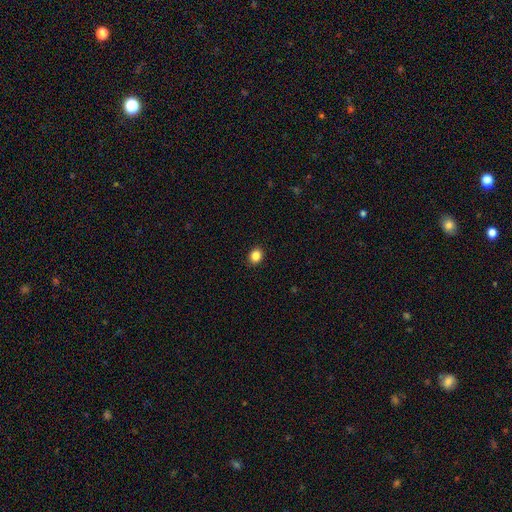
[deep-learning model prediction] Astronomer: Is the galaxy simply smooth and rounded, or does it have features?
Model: smooth — 85%.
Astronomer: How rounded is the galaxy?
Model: round — 72%.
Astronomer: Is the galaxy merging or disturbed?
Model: none — 92%.